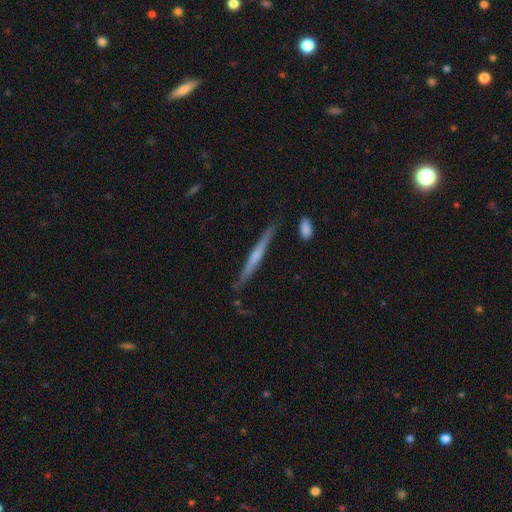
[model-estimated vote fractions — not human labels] A featured or disk galaxy (63%) viewed edge-on (97%) with no central bulge (47%). Merging: none (85%).